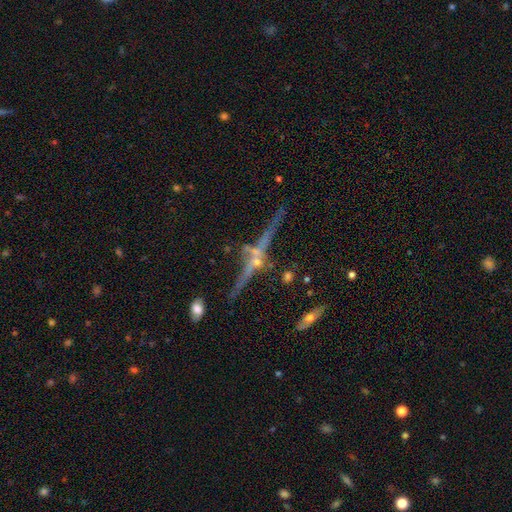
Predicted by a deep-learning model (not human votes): Q: Smooth or featured?
A: featured or disk (75%); runner-up: star or artifact (15%)
Q: Edge-on disk?
A: yes (93%); runner-up: no (7%)
Q: Edge-on bulge?
A: rounded (74%); runner-up: none (19%)
Q: Merging?
A: none (73%); runner-up: minor disturbance (13%)